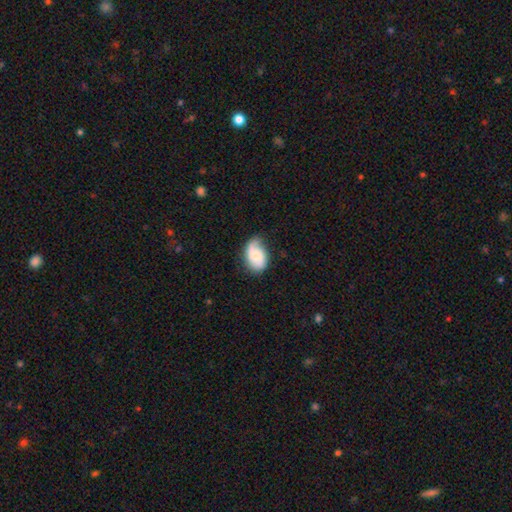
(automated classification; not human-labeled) A smooth galaxy with no disk features (49%). Merging: none (58%).